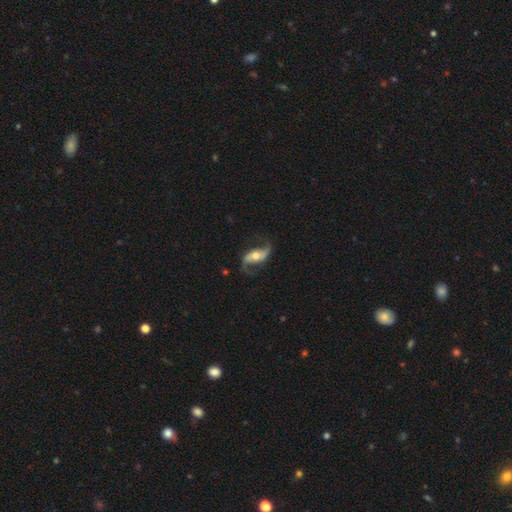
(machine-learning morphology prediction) Smooth or featured?
  - featured or disk: 87% *
  - smooth: 8%
  - star or artifact: 5%
Edge-on disk?
  - no: 95% *
  - yes: 5%
Bar?
  - no: 43% *
  - weak: 29%
  - strong: 29%
Spiral arms?
  - yes: 96% *
  - no: 4%
Spiral winding?
  - loose: 79% *
  - medium: 16%
  - tight: 5%
Spiral arm count?
  - 2: 94% *
  - 1: 2%
  - can't tell: 2%
  - 3: 1%
  - 4: 1%
  - more than 4: 1%
Bulge size?
  - moderate: 63% *
  - small: 28%
  - large: 6%
  - none: 1%
  - dominant: 1%
Merging?
  - none: 78% *
  - minor disturbance: 13%
  - major disturbance: 8%
  - merger: 2%